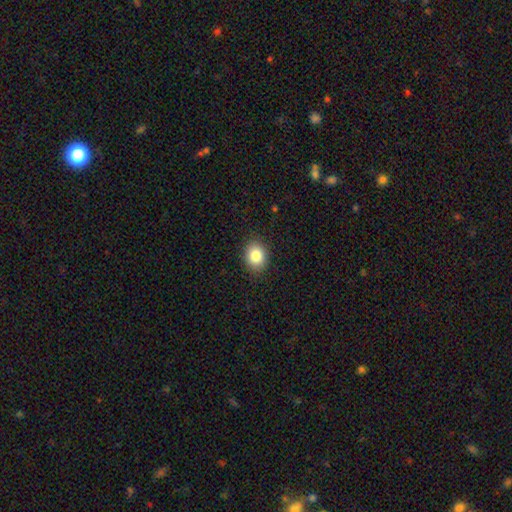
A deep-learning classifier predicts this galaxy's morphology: type=smooth (85%); roundness=in between (50%); merging=none (89%).